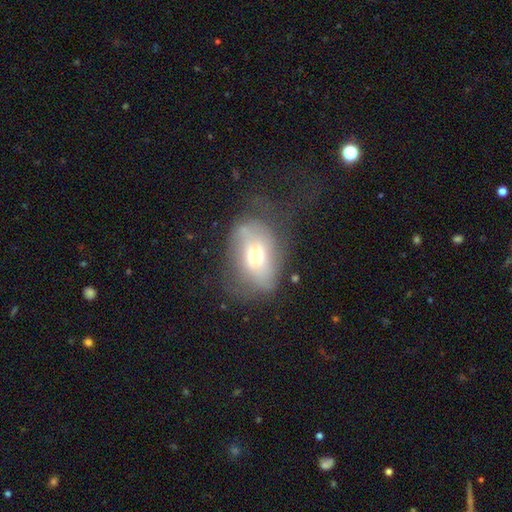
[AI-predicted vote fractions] Smooth or featured? featured or disk (48%)
Merging? major disturbance (33%, tied with none)